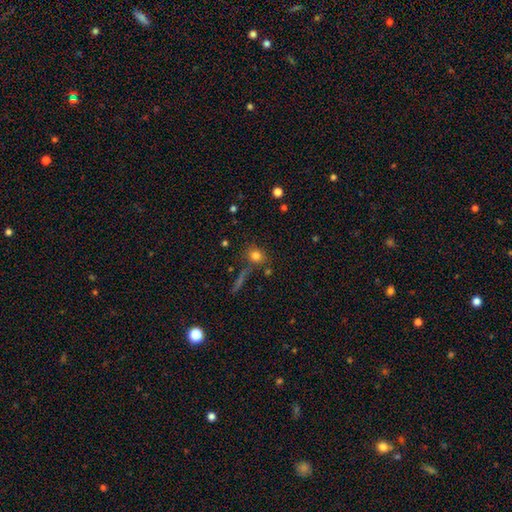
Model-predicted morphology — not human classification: This appears to be a smooth galaxy with no disk features (78%) that is round (73%). Merging: none (72%).